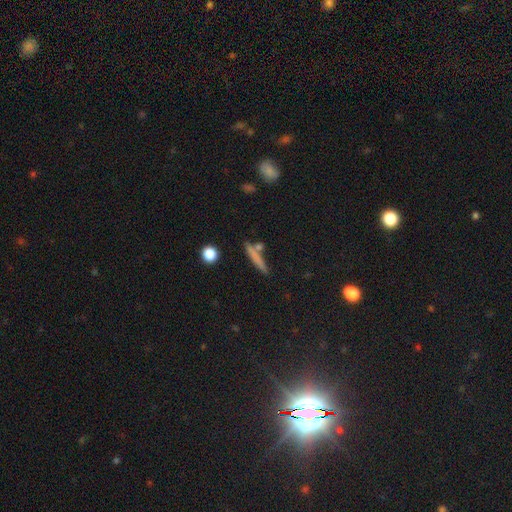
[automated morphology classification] This appears to be a smooth galaxy with no disk features (68%) that is cigar-shaped (91%). Merging: none (75%).